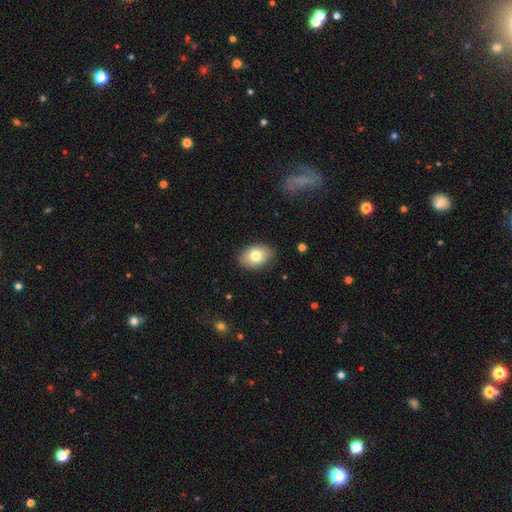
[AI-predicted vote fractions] Smooth or featured? smooth (78%)
How rounded? in between (80%)
Merging? none (87%)